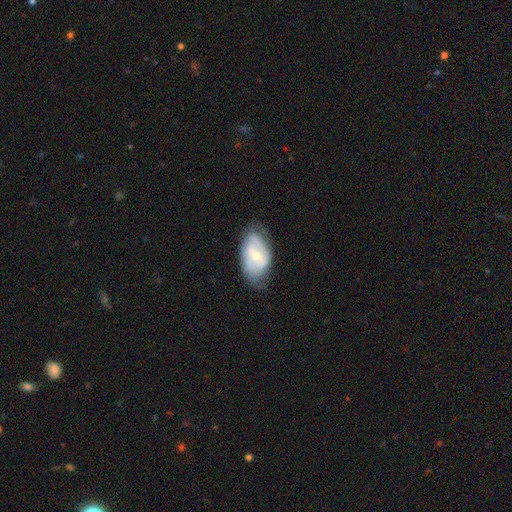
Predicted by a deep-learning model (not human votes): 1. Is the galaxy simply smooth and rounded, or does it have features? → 61% featured or disk, 33% smooth, 6% star or artifact.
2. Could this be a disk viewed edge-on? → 94% no, 6% yes.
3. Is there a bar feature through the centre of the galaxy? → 49% no, 39% weak, 12% strong.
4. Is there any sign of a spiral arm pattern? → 74% yes, 26% no.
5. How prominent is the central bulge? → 57% small, 39% moderate, 2% none, 2% large, 1% dominant.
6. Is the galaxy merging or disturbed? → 62% none, 27% minor disturbance, 9% major disturbance, 1% merger.